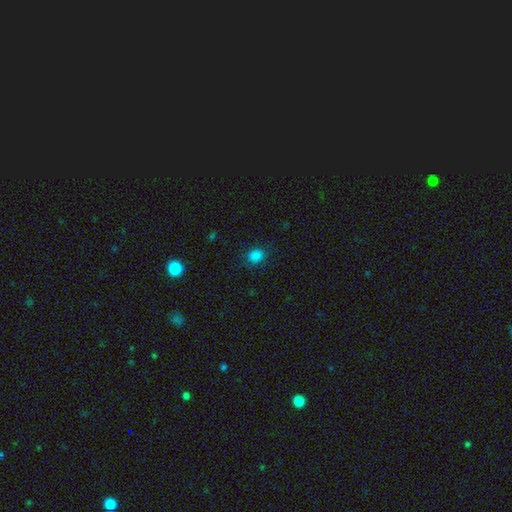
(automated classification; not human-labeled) A smooth galaxy with no disk features (83%) that is round (71%).

Vote fractions:
- Smooth or featured? smooth: 83% / star or artifact: 14% / featured or disk: 3%
- How rounded? round: 71% / in between: 28% / cigar-shaped: 1%
- Merging? none: 83% / minor disturbance: 12% / major disturbance: 4% / merger: 1%